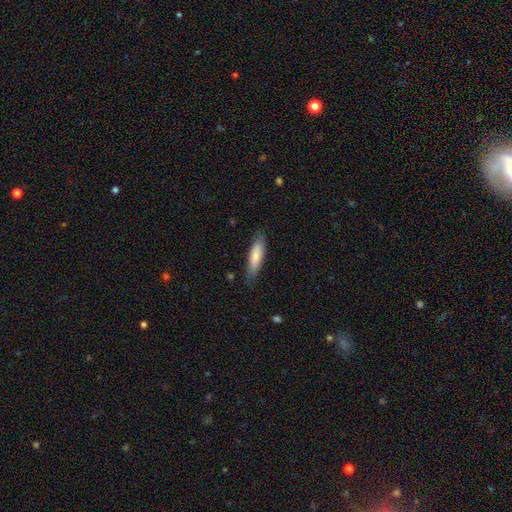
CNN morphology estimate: Q: Smooth or featured?
A: smooth (80%); runner-up: featured or disk (15%)
Q: How rounded?
A: cigar-shaped (67%); runner-up: in between (32%)
Q: Merging?
A: none (81%); runner-up: minor disturbance (15%)